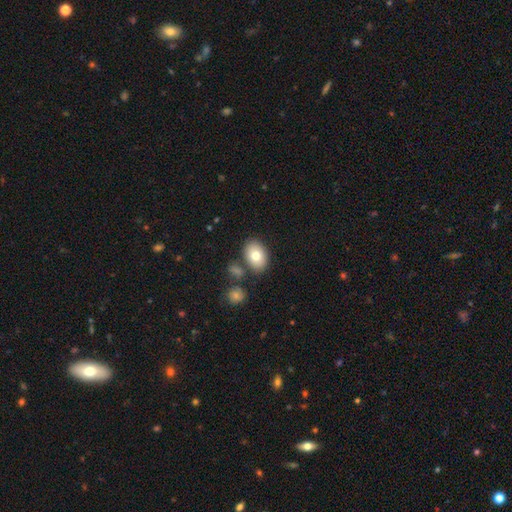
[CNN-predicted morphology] This appears to be a smooth galaxy with no disk features (77%) that is in between round and cigar-shaped (82%). Merging: none (76%).